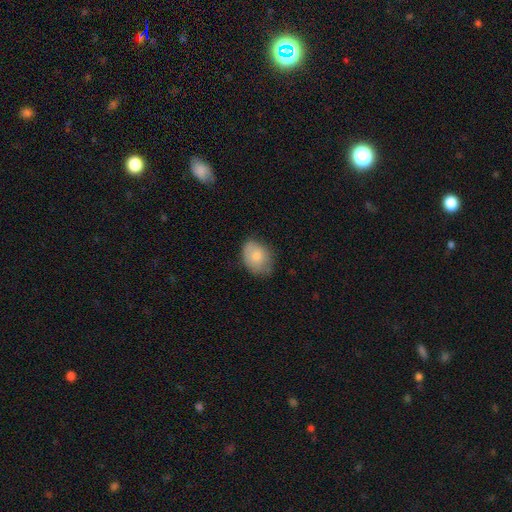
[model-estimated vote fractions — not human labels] The model was most divided on "merging": none: 61%, minor disturbance: 31%, major disturbance: 7%, merger: 1%. More confident: how rounded — in between (75%); smooth or featured — smooth (75%).